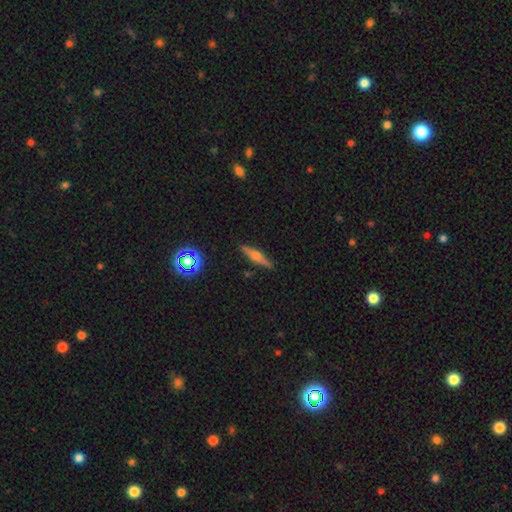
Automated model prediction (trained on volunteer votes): This is possibly a featured or disk galaxy (56%). It is clearly viewed edge-on (96%). Edge-on bulge: clearly rounded (83%). Merging: clearly none (88%).